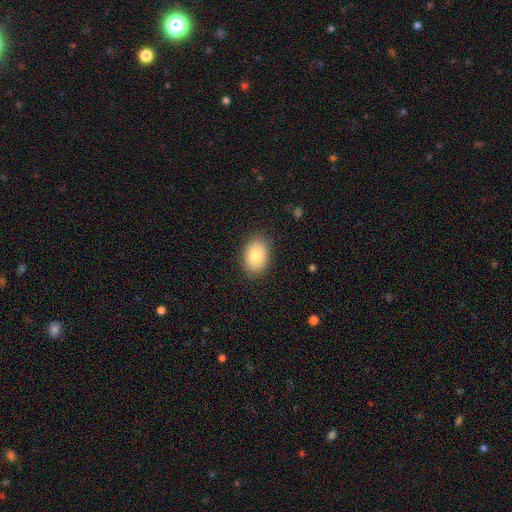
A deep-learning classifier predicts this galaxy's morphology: Smooth or featured: smooth — 83% (featured or disk — 9%)
How rounded: in between — 79% (round — 20%)
Merging: none — 87% (minor disturbance — 10%)